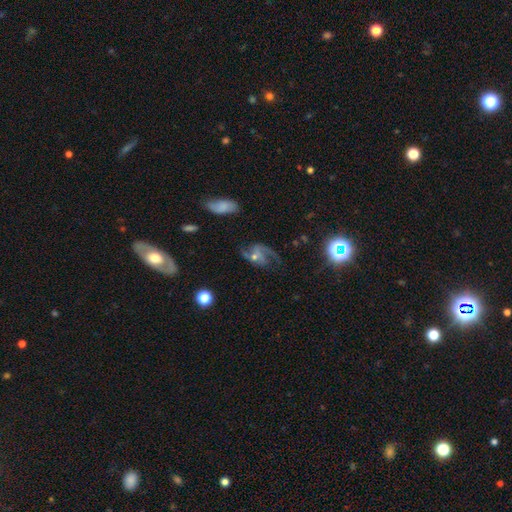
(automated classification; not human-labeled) Morphology: type=featured or disk (80%); edge-on=no (97%); bar=no (56%); spiral arms=yes (92%); winding=loose (53%); arm count=2 (76%); bulge=small (53%); merging=none (47%).